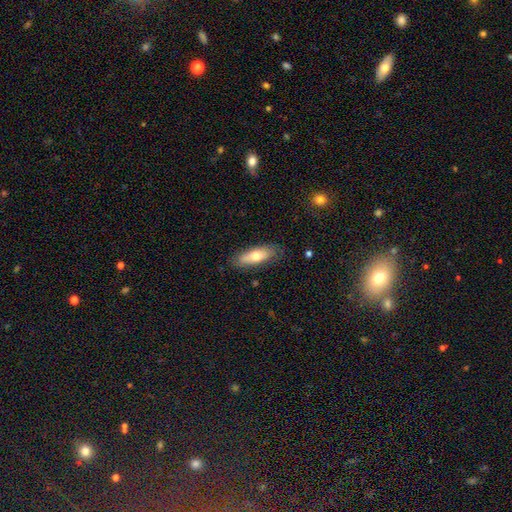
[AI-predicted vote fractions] Q: Smooth or featured?
A: smooth (66%); runner-up: featured or disk (28%)
Q: How rounded?
A: in between (59%); runner-up: cigar-shaped (39%)
Q: Merging?
A: none (81%); runner-up: minor disturbance (14%)